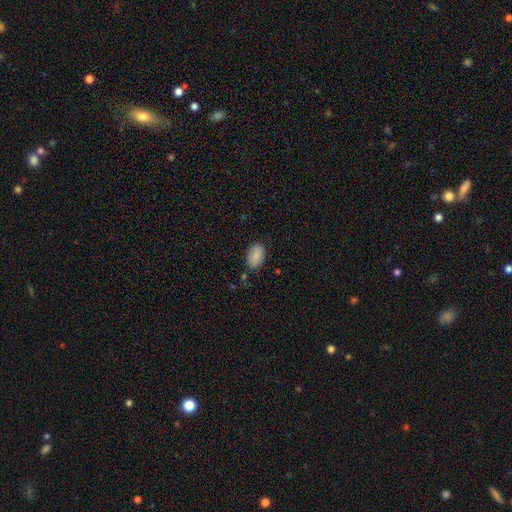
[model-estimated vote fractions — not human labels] smooth-or-featured: smooth: 86% | featured or disk: 8% | star or artifact: 7%
  how-rounded: in between: 92% | round: 7% | cigar-shaped: 1%
  merging: none: 83% | minor disturbance: 12% | major disturbance: 3% | merger: 2%